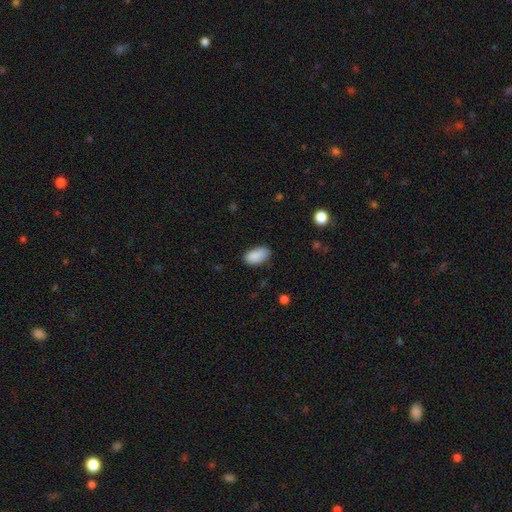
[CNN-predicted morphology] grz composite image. It shows a smooth galaxy with no disk features (89%) that is in between round and cigar-shaped (94%). Merging: none (79%).